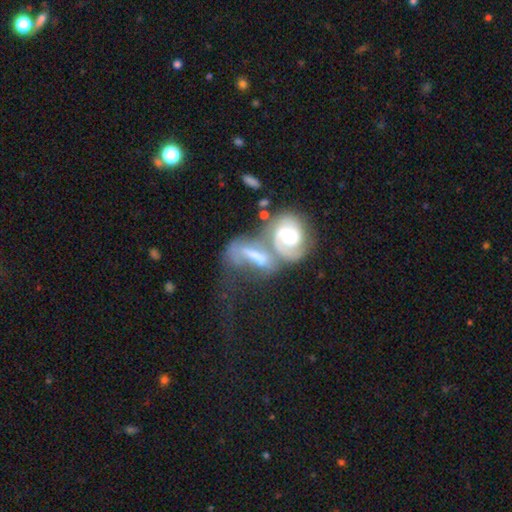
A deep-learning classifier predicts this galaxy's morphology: smooth_or_featured: featured or disk (p=0.69) [alt: smooth p=0.24]
disk_edge_on: no (p=0.93) [alt: yes p=0.07]
bar: no (p=0.41) [alt: weak p=0.32]
has_spiral_arms: yes (p=0.80) [alt: no p=0.20]
spiral_winding: tight (p=0.40) [alt: medium p=0.37]
spiral_arm_count: 2 (p=0.59) [alt: can't tell p=0.18]
bulge_size: moderate (p=0.56) [alt: small p=0.20]
merging: merger (p=0.65) [alt: none p=0.14]